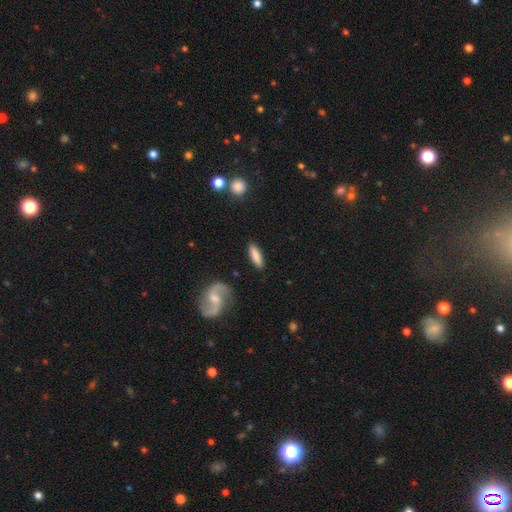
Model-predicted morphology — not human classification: Smooth or featured: smooth — 76% (featured or disk — 18%)
How rounded: cigar-shaped — 53% (in between — 45%)
Merging: none — 86% (minor disturbance — 10%)